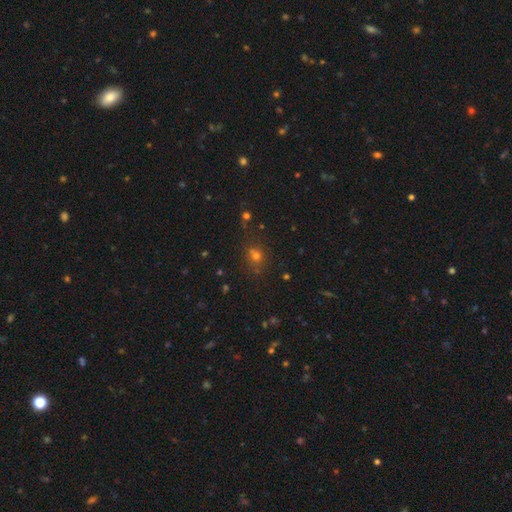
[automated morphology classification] A smooth galaxy with no disk features (60%) that is round (75%). Merging: none (70%).